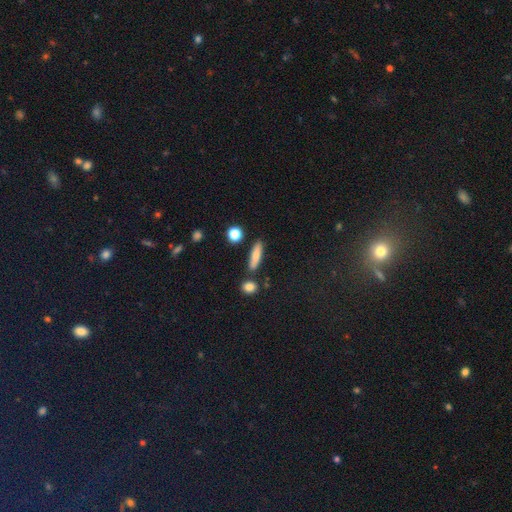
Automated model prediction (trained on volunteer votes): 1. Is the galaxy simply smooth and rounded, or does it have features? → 76% smooth, 16% featured or disk, 8% star or artifact.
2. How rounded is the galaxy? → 72% cigar-shaped, 24% in between, 4% round.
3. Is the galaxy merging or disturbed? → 82% none, 10% minor disturbance, 5% merger, 3% major disturbance.